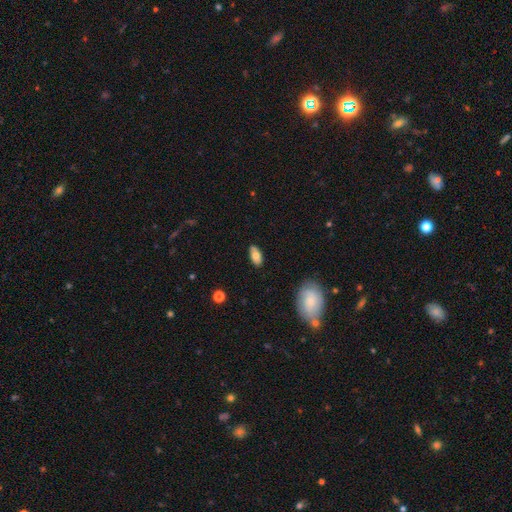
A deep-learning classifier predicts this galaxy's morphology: A smooth galaxy with no disk features (71%) that is in between round and cigar-shaped (90%).

Vote fractions:
- Smooth or featured? smooth: 71% / featured or disk: 22% / star or artifact: 7%
- How rounded? in between: 90% / cigar-shaped: 7% / round: 4%
- Merging? none: 82% / minor disturbance: 14% / major disturbance: 3% / merger: 2%